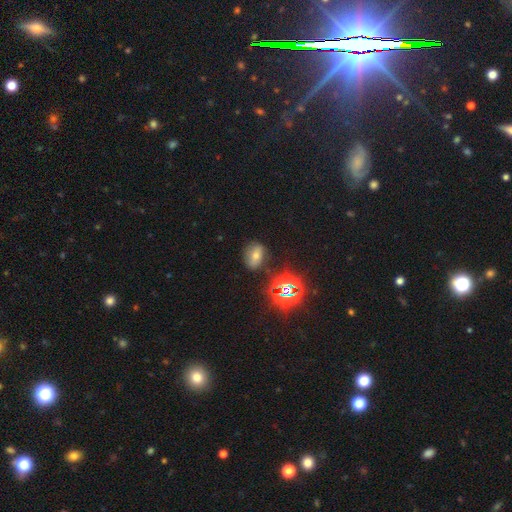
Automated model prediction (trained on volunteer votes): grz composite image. It shows a smooth galaxy with no disk features (42%). Merging: none (76%).